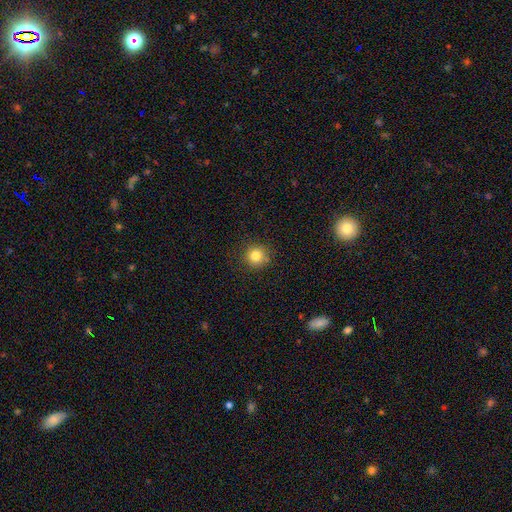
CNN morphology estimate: Smooth or featured? smooth (83%)
How rounded? round (93%)
Merging? none (88%)